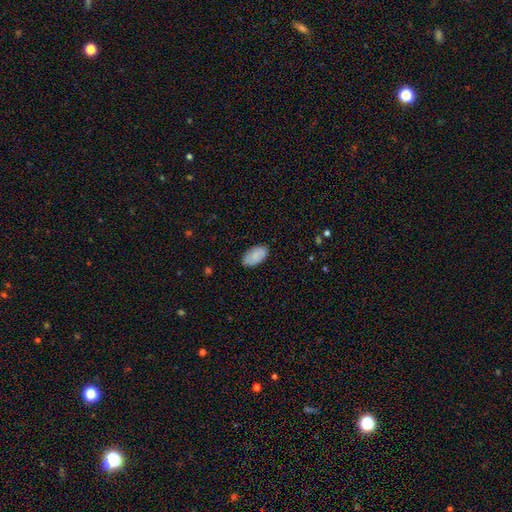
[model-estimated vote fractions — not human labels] Smooth or featured? smooth (81%)
How rounded? in between (95%)
Merging? none (83%)